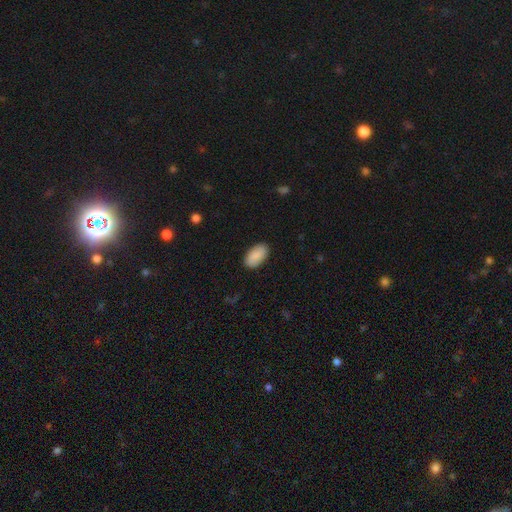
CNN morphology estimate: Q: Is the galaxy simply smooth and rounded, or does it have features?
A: smooth — 90%.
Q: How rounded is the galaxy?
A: in between — 95%.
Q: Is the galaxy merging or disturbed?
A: none — 88%.